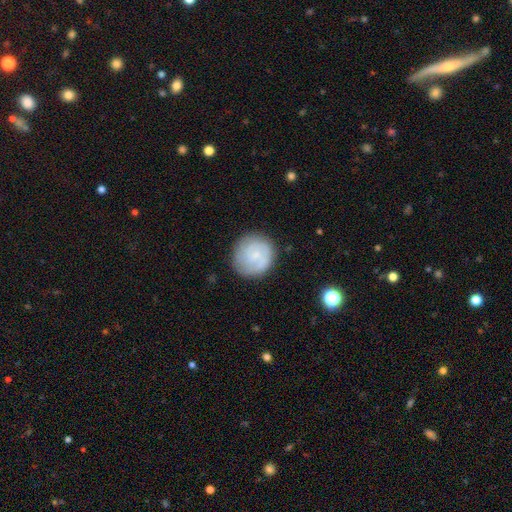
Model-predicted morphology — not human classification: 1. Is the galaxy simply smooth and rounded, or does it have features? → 49% smooth, 44% featured or disk, 7% star or artifact.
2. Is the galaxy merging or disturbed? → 80% none, 13% minor disturbance, 5% major disturbance, 2% merger.